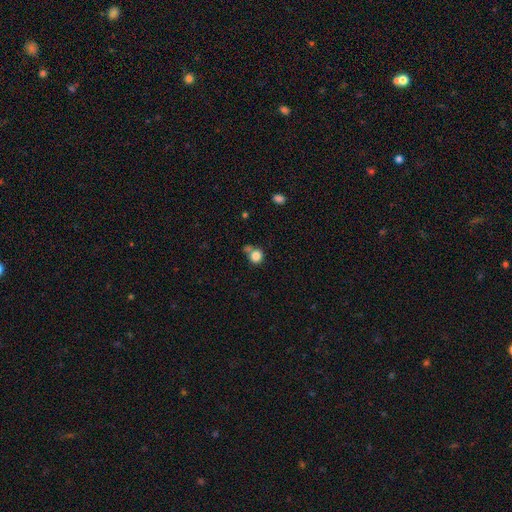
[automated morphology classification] smooth_or_featured: smooth (p=0.84) [alt: star or artifact p=0.10]
how_rounded: round (p=0.90) [alt: in between p=0.09]
merging: none (p=0.58) [alt: merger p=0.25]